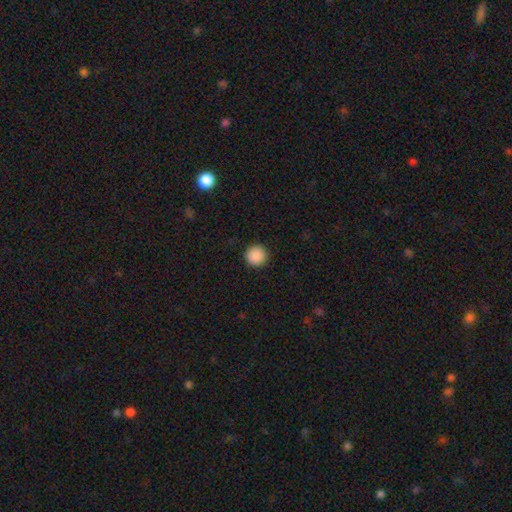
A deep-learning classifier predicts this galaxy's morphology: Smooth or featured: smooth — 89% (star or artifact — 9%)
How rounded: round — 96% (in between — 3%)
Merging: none — 92% (minor disturbance — 5%)